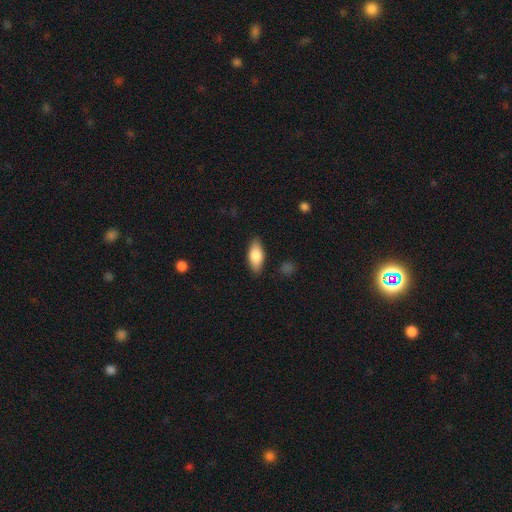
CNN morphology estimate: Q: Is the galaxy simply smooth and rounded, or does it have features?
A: smooth — 79%.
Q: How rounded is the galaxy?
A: in between — 83%.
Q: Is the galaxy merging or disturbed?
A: none — 86%.